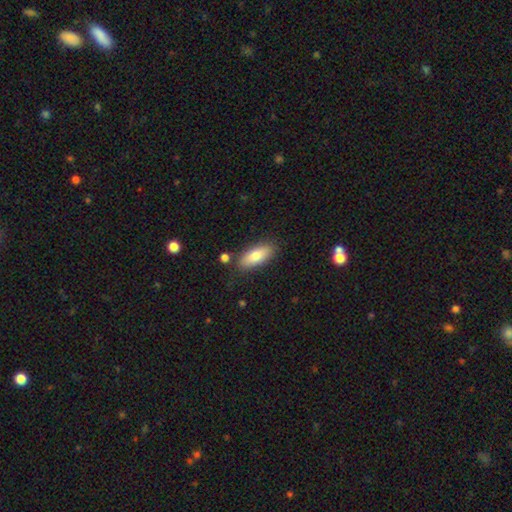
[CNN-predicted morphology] A smooth galaxy with no disk features (79%) that is in between round and cigar-shaped (77%). Merging: none (83%).